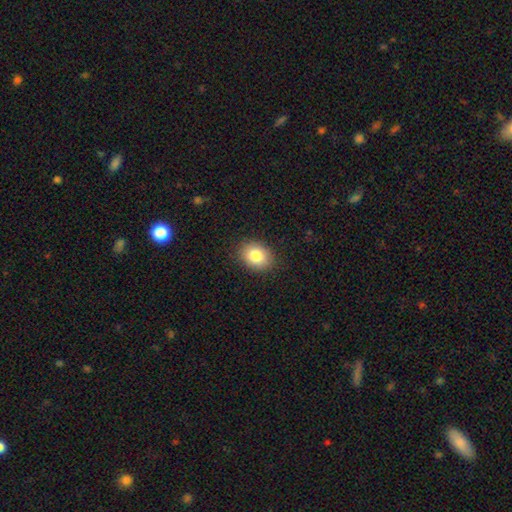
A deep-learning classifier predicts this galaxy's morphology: Smooth or featured?
  - smooth: 83% *
  - star or artifact: 9%
  - featured or disk: 8%
How rounded?
  - in between: 57% *
  - round: 42%
  - cigar-shaped: 1%
Merging?
  - none: 88% *
  - minor disturbance: 9%
  - major disturbance: 2%
  - merger: 1%